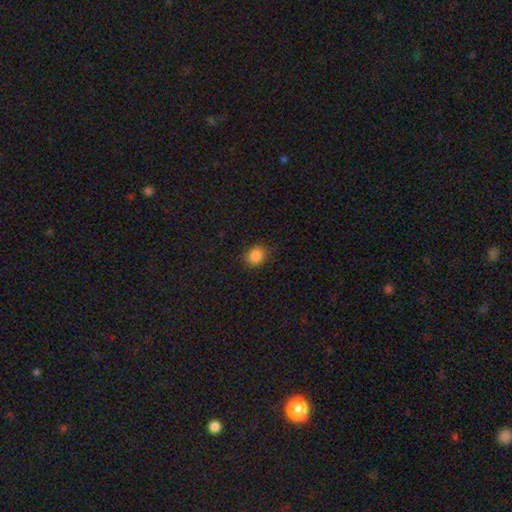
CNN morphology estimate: A smooth galaxy with no disk features (86%) that is round (67%). Merging: none (85%).